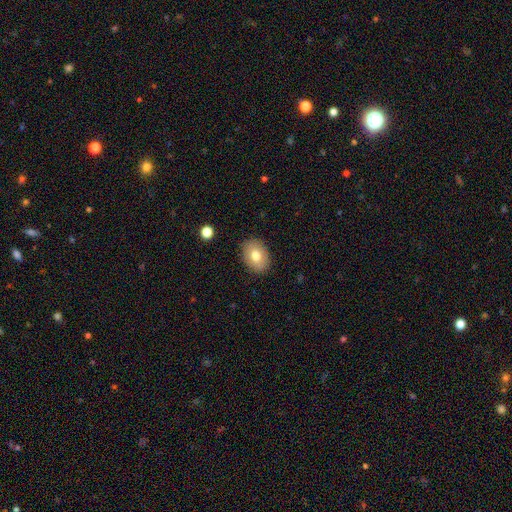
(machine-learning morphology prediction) smooth_or_featured: smooth (p=0.75) [alt: featured or disk p=0.17]
how_rounded: in between (p=0.70) [alt: round p=0.29]
merging: none (p=0.87) [alt: minor disturbance p=0.09]